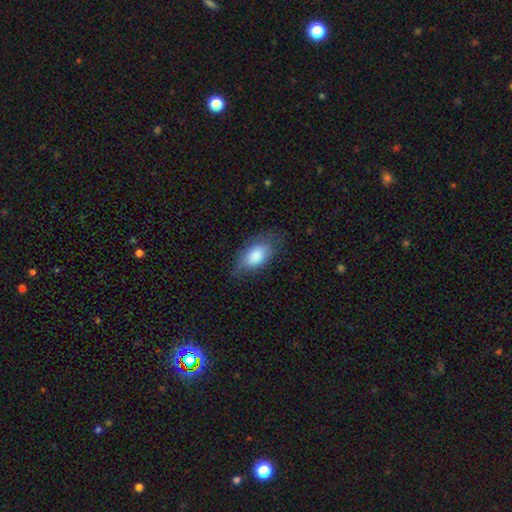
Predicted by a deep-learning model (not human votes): Q: Smooth or featured?
A: smooth (77%); runner-up: featured or disk (17%)
Q: How rounded?
A: in between (90%); runner-up: cigar-shaped (5%)
Q: Merging?
A: none (61%); runner-up: minor disturbance (28%)